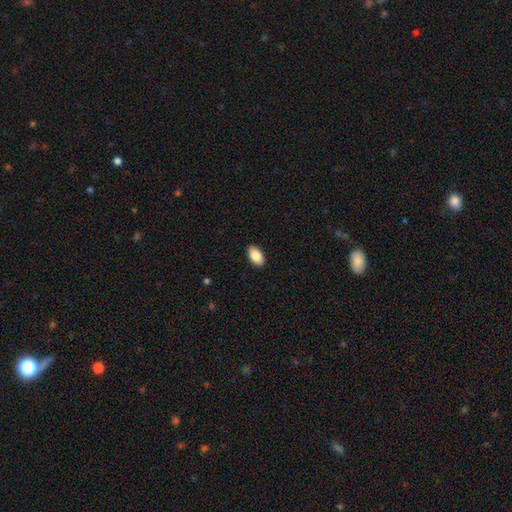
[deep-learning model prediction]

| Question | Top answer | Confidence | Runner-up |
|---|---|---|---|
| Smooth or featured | smooth | 86% | featured or disk (7%) |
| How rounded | in between | 94% | round (4%) |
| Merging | none | 90% | minor disturbance (7%) |